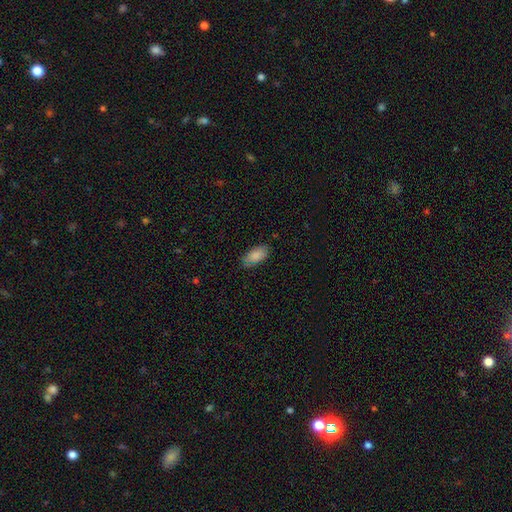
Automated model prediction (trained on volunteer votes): Smooth or featured? Predicted: smooth (p=0.85). How rounded? Predicted: in between (p=0.92). Merging? Predicted: none (p=0.81).